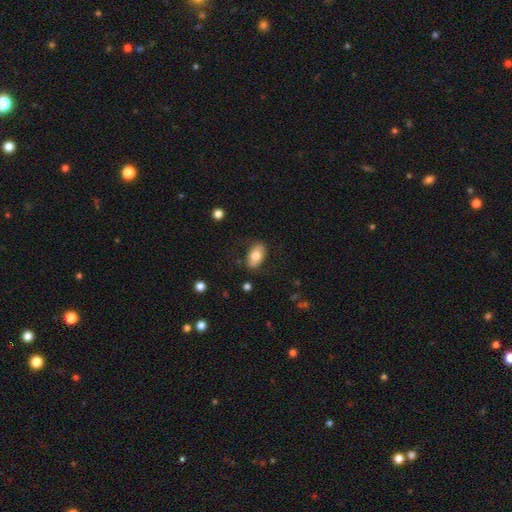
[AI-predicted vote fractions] smooth_or_featured: smooth (p=0.70) [alt: featured or disk p=0.23]
how_rounded: in between (p=0.91) [alt: round p=0.06]
merging: none (p=0.81) [alt: minor disturbance p=0.14]